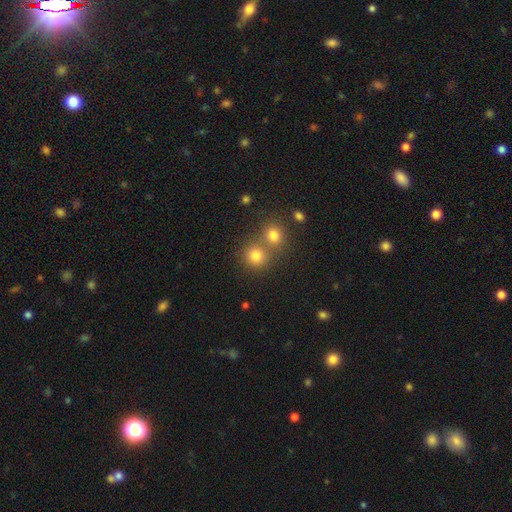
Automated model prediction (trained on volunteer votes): Q: Smooth or featured?
A: smooth (79%); runner-up: star or artifact (14%)
Q: How rounded?
A: round (87%); runner-up: in between (12%)
Q: Merging?
A: none (56%); runner-up: merger (35%)